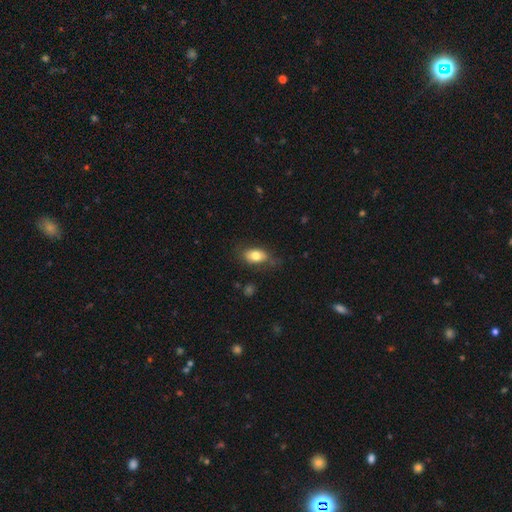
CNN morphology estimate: A smooth galaxy with no disk features (75%) that is in between round and cigar-shaped (87%).

Vote fractions:
- Smooth or featured? smooth: 75% / featured or disk: 17% / star or artifact: 7%
- How rounded? in between: 87% / round: 10% / cigar-shaped: 4%
- Merging? none: 67% / minor disturbance: 23% / major disturbance: 8% / merger: 2%